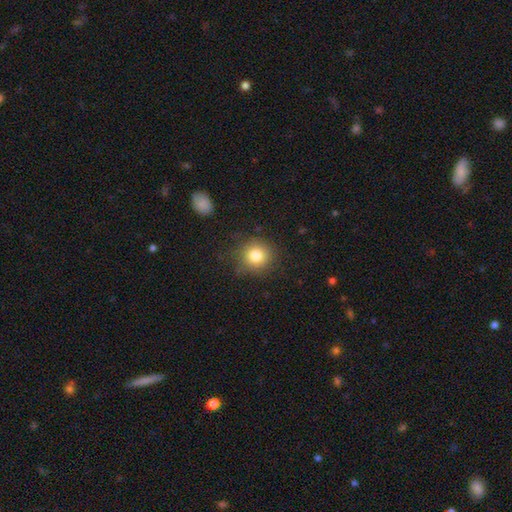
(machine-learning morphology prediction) This is clearly a smooth galaxy (81%). How rounded: clearly round (92%). Merging: clearly none (84%).